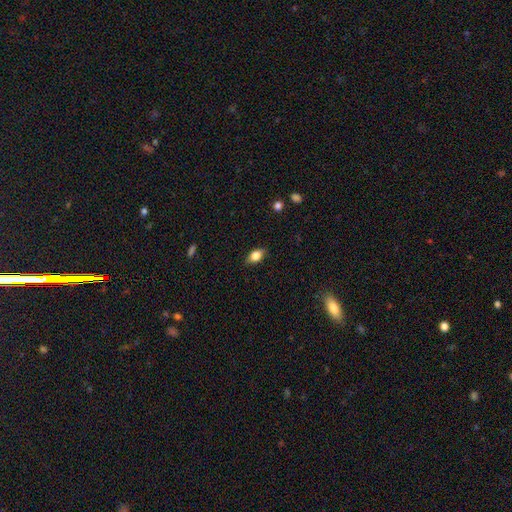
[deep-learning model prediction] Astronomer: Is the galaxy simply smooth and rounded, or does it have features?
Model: smooth — 76%.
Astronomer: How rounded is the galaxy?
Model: in between — 81%.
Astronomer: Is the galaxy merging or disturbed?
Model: none — 81%.